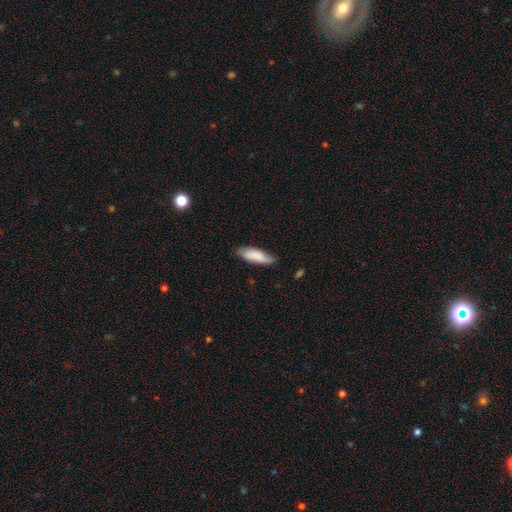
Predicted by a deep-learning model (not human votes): smooth 82%, featured or disk 12%, star or artifact 6%. Down the decision tree: how rounded — in between (60%); merging — none (73%).